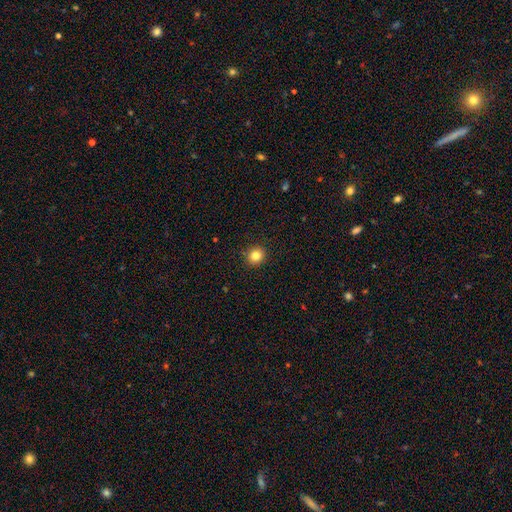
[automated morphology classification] Q: Smooth or featured?
A: smooth (83%); runner-up: star or artifact (11%)
Q: How rounded?
A: round (87%); runner-up: in between (12%)
Q: Merging?
A: none (92%); runner-up: minor disturbance (6%)